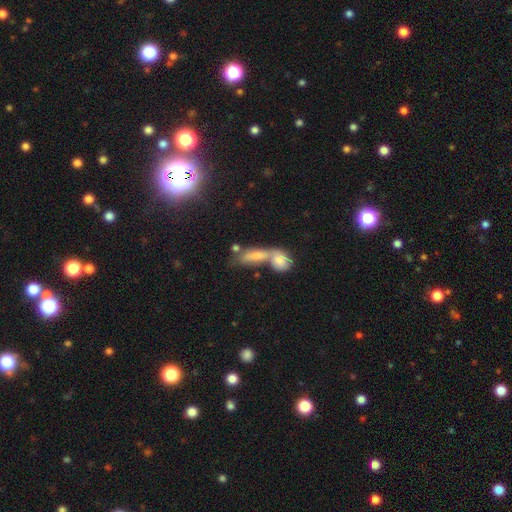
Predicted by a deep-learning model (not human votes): This appears to be a smooth galaxy with no disk features (71%) that is in between round and cigar-shaped (53%). Merging: merger (56%).